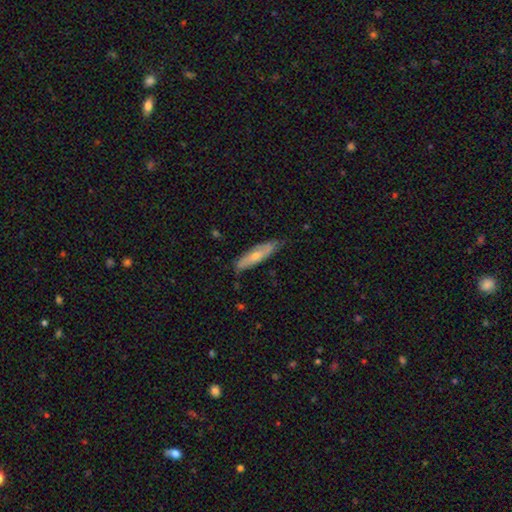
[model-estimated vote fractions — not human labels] Smooth or featured?
  - featured or disk: 48% *
  - smooth: 45%
  - star or artifact: 6%
Merging?
  - none: 77% *
  - minor disturbance: 19%
  - major disturbance: 3%
  - merger: 1%